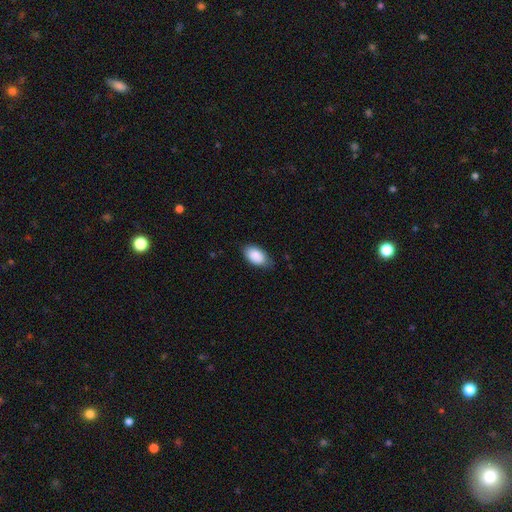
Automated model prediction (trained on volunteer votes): A smooth galaxy with no disk features (89%) that is in between round and cigar-shaped (94%).

Vote fractions:
- Smooth or featured? smooth: 89% / star or artifact: 6% / featured or disk: 5%
- How rounded? in between: 94% / round: 4% / cigar-shaped: 2%
- Merging? none: 75% / minor disturbance: 20% / major disturbance: 3% / merger: 1%